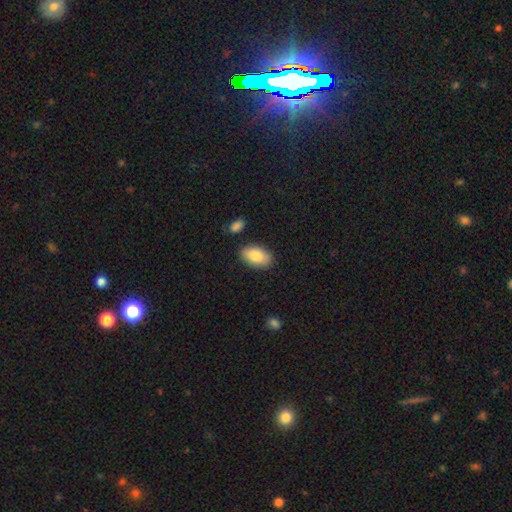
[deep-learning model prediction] smooth_or_featured: smooth (p=0.86) [alt: featured or disk p=0.09]
how_rounded: in between (p=0.94) [alt: round p=0.04]
merging: none (p=0.84) [alt: minor disturbance p=0.10]